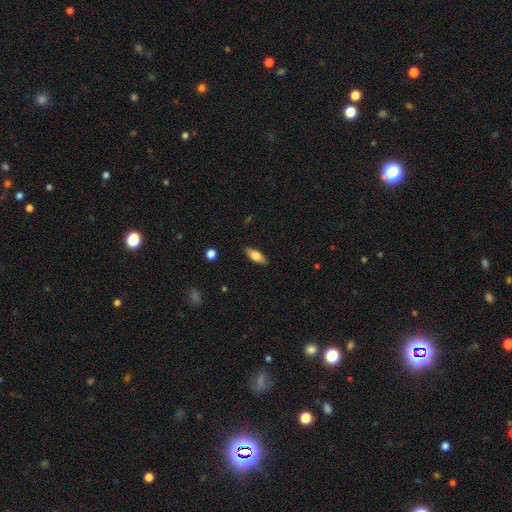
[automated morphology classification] A smooth galaxy with no disk features (65%) that is in between round and cigar-shaped (69%). Merging: none (88%).